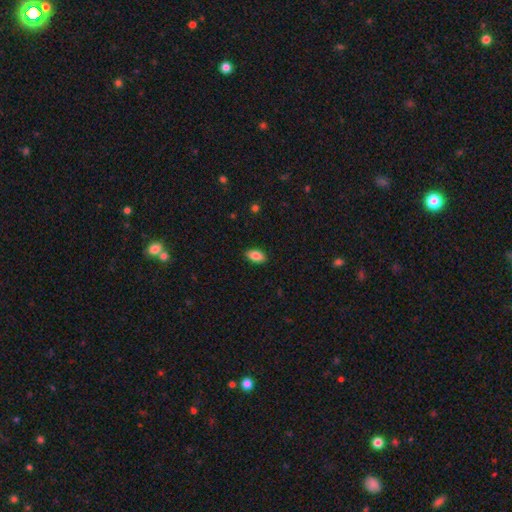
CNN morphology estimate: Overall: smooth (86%). How rounded: in between (93%). Merging: none (89%).